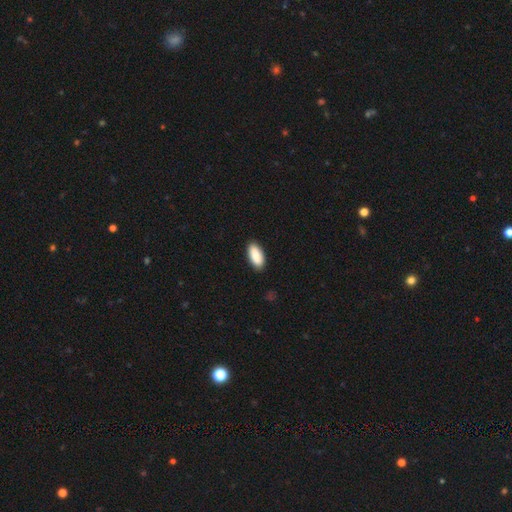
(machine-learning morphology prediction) Smooth or featured? smooth (89%)
How rounded? in between (90%)
Merging? none (89%)